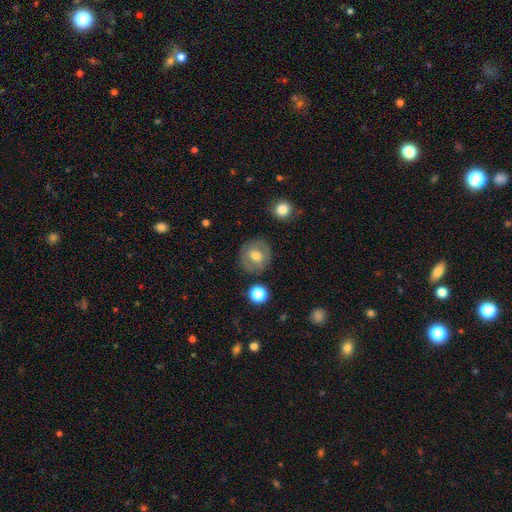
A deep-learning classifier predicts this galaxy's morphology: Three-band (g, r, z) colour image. It shows a smooth galaxy with no disk features (60%) that is round (85%). Merging: none (79%).